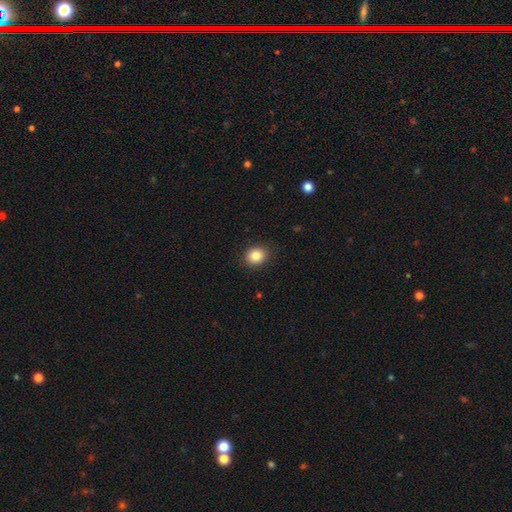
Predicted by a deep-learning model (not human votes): A smooth galaxy with no disk features (85%) that is round (64%). Merging: none (88%).